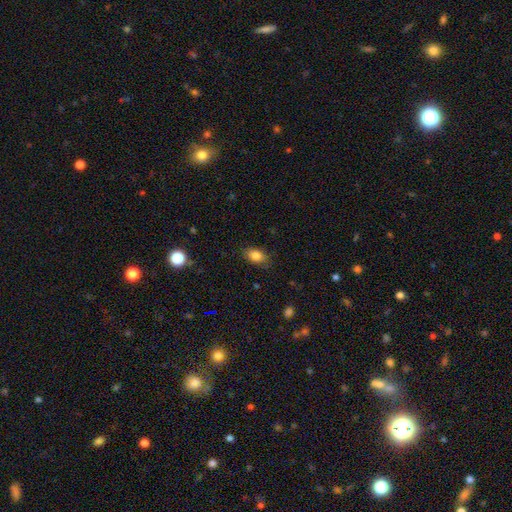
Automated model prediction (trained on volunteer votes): Smooth or featured? smooth (83%)
How rounded? in between (85%)
Merging? none (82%)